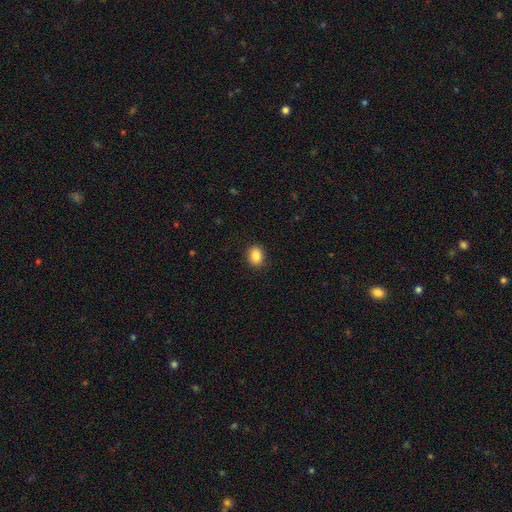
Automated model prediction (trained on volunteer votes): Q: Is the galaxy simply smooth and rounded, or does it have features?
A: smooth — 87%.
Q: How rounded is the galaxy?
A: in between — 56%.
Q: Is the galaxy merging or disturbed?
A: none — 89%.